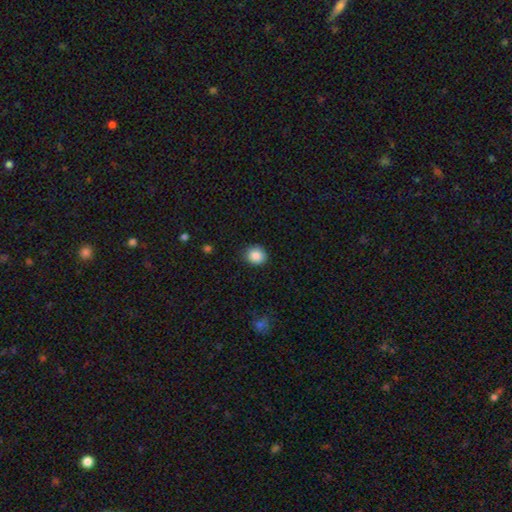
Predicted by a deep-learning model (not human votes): smooth 87%, star or artifact 9%, featured or disk 4%. Down the decision tree: how rounded — round (81%); merging — none (87%).